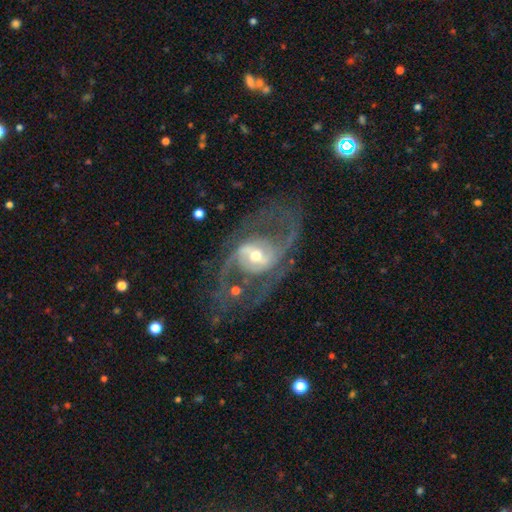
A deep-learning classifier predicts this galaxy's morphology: The model was most divided on "bar": weak: 41%, no: 30%, strong: 29%. More confident: edge-on disk — no (96%); spiral arms — yes (91%); smooth or featured — featured or disk (88%); spiral arm count — 2 (83%); bulge size — moderate (61%); merging — none (61%); spiral winding — medium (51%).